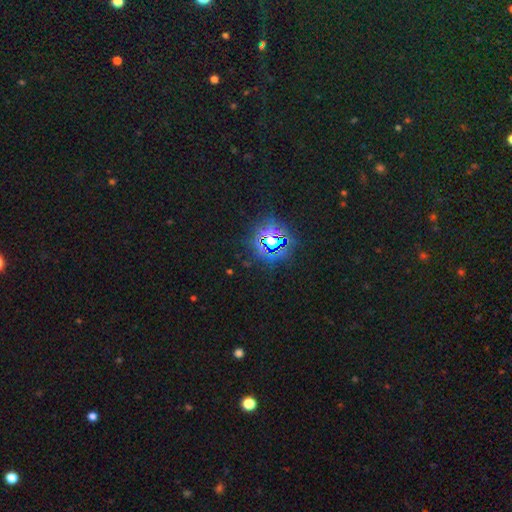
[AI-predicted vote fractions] smooth-or-featured: star or artifact: 82% | smooth: 11% | featured or disk: 6%